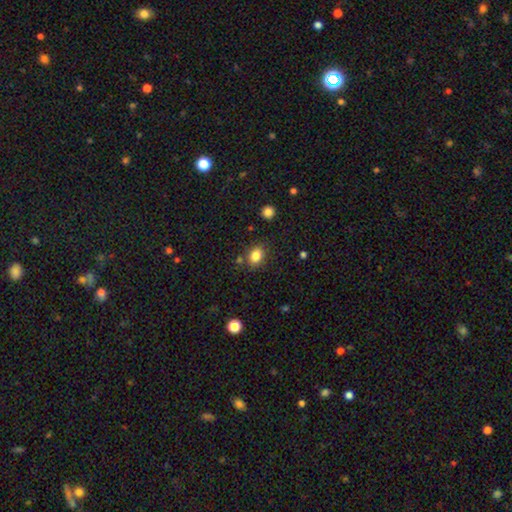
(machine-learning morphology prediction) smooth_or_featured: smooth (p=0.84) [alt: star or artifact p=0.10]
how_rounded: in between (p=0.65) [alt: round p=0.34]
merging: none (p=0.79) [alt: minor disturbance p=0.12]